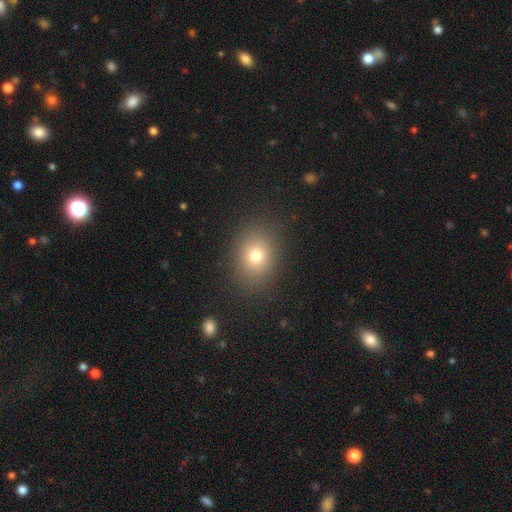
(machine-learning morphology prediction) This appears to be a smooth galaxy with no disk features (74%) that is round (51%). Merging: none (87%).